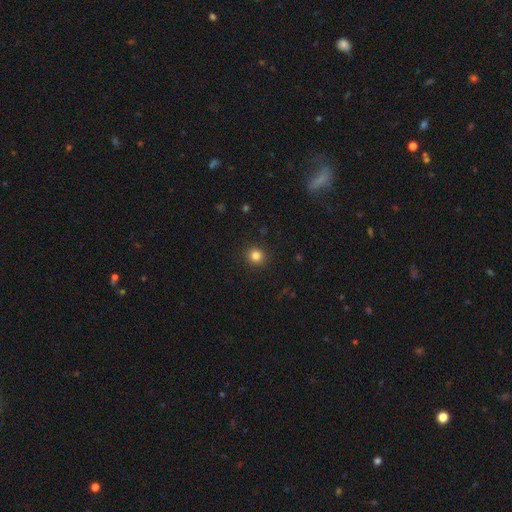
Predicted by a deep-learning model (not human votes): Smooth or featured: smooth — 83% (star or artifact — 12%)
How rounded: round — 91% (in between — 8%)
Merging: none — 92% (minor disturbance — 5%)